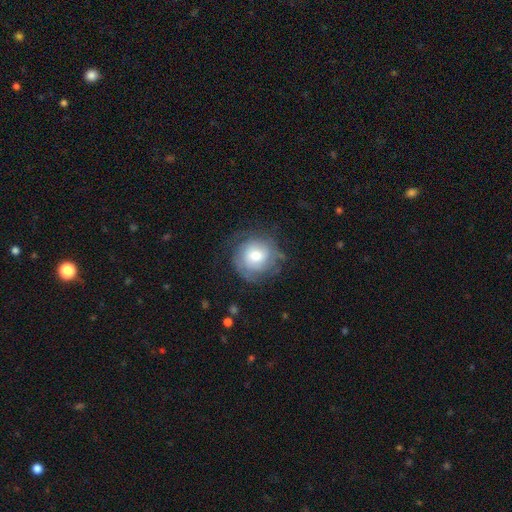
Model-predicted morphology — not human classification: The model was most divided on "smooth or featured": featured or disk: 53%, smooth: 39%, star or artifact: 8%. More confident: edge-on disk — no (97%); spiral arms — yes (79%); bar — no (72%); merging — none (69%); bulge size — moderate (61%).